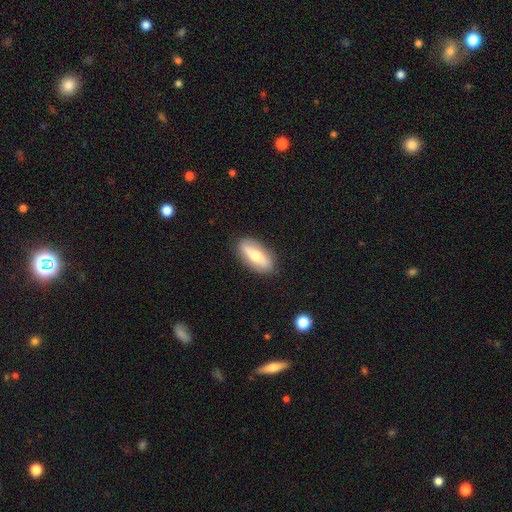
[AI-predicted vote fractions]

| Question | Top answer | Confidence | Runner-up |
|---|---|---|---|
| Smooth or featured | smooth | 48% | featured or disk (46%) |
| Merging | none | 86% | minor disturbance (10%) |